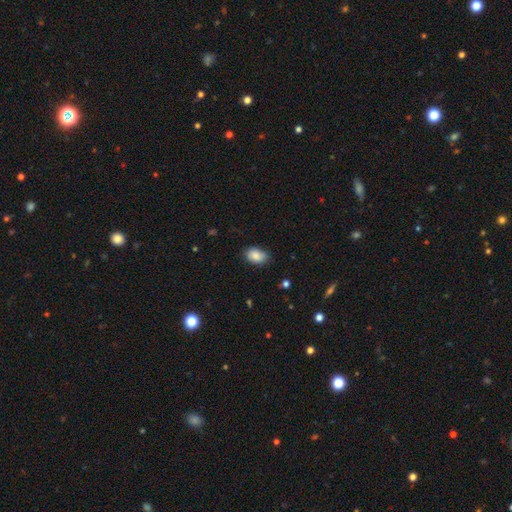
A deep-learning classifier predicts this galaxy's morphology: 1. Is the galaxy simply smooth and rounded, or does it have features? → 86% smooth, 8% star or artifact, 6% featured or disk.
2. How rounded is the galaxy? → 85% in between, 14% round, 1% cigar-shaped.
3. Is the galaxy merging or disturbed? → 73% none, 22% minor disturbance, 3% major disturbance, 1% merger.